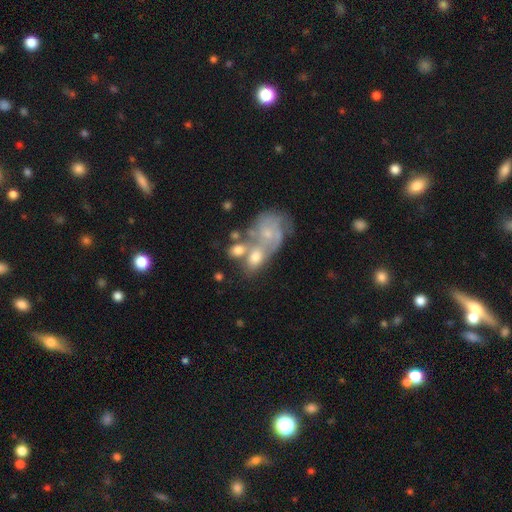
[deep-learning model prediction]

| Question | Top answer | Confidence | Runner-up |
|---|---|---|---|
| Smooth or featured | featured or disk | 58% | smooth (30%) |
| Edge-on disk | no | 96% | yes (4%) |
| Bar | no | 78% | weak (18%) |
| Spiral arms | yes | 62% | no (38%) |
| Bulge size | small | 61% | moderate (24%) |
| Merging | merger | 46% | none (26%) |